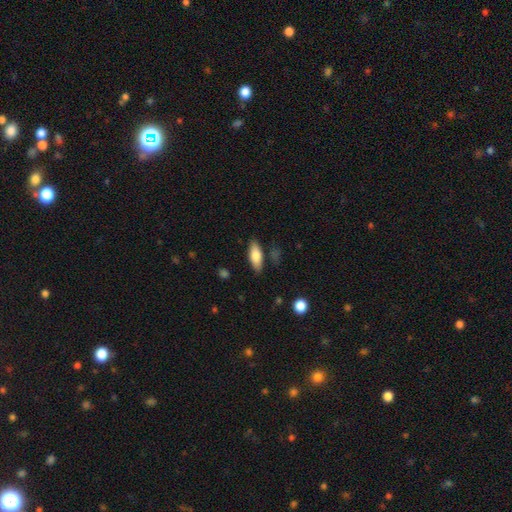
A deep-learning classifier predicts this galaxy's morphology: Q: Smooth or featured?
A: smooth (77%); runner-up: featured or disk (17%)
Q: How rounded?
A: in between (70%); runner-up: cigar-shaped (28%)
Q: Merging?
A: none (83%); runner-up: minor disturbance (12%)